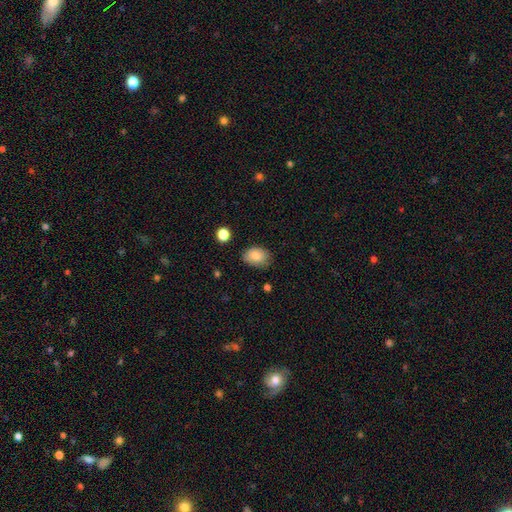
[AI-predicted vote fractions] Q: Smooth or featured?
A: smooth (85%); runner-up: star or artifact (8%)
Q: How rounded?
A: in between (77%); runner-up: round (22%)
Q: Merging?
A: none (75%); runner-up: minor disturbance (19%)